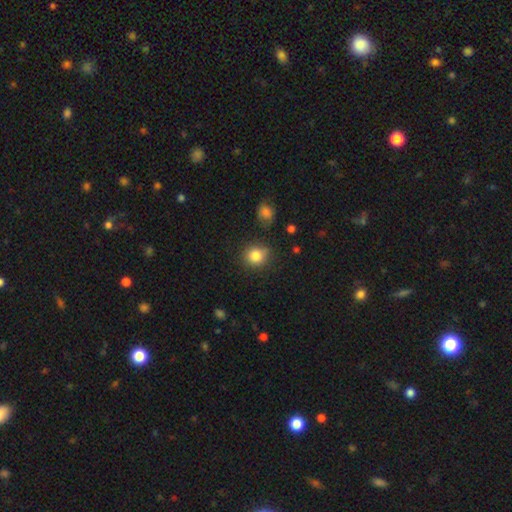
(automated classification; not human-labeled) Smooth or featured: smooth — 84% (star or artifact — 10%)
How rounded: round — 82% (in between — 17%)
Merging: none — 81% (minor disturbance — 13%)